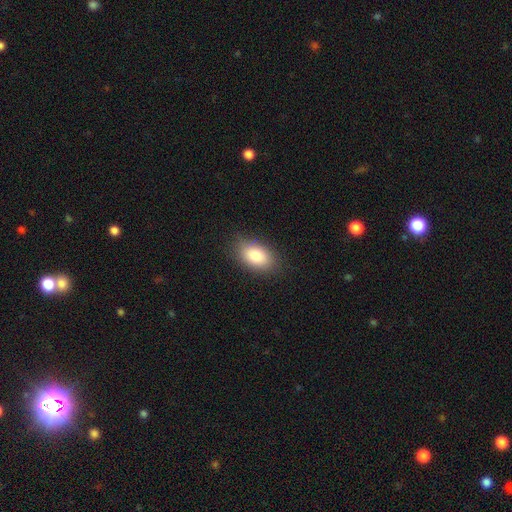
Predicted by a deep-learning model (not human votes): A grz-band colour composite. It shows a smooth galaxy with no disk features (82%) that is in between round and cigar-shaped (89%). Merging: none (82%).